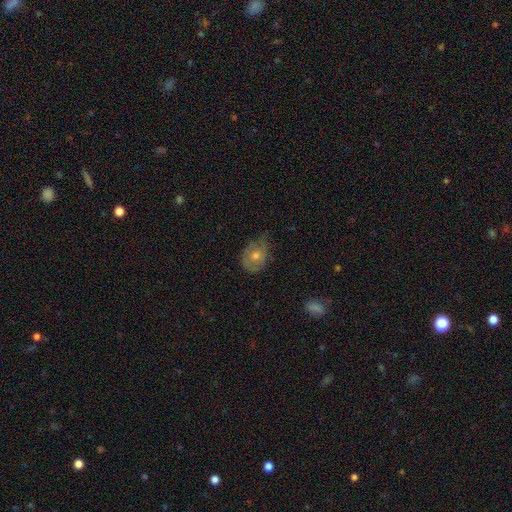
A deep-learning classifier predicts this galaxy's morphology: smooth_or_featured: smooth (p=0.56) [alt: featured or disk p=0.33]
how_rounded: round (p=0.51) [alt: in between p=0.48]
merging: none (p=0.51) [alt: minor disturbance p=0.35]